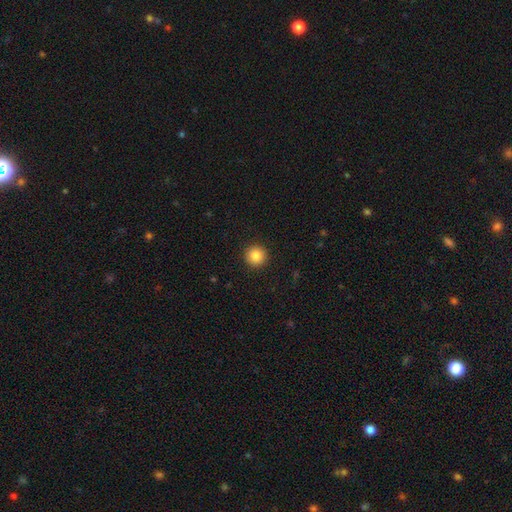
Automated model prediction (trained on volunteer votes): Morphology: type=smooth (85%); roundness=round (96%); merging=none (93%).